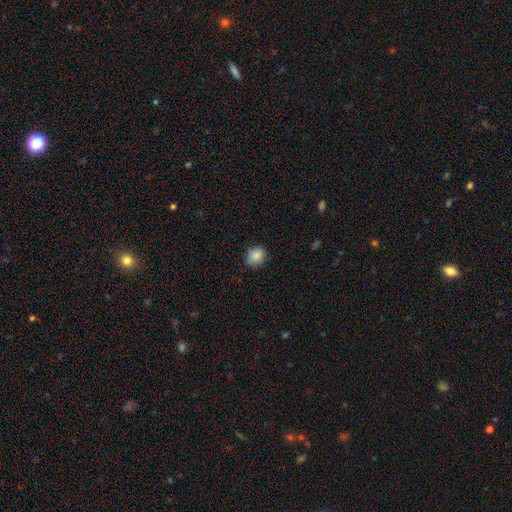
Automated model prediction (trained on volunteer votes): smooth_or_featured: smooth (p=0.85) [alt: star or artifact p=0.09]
how_rounded: round (p=0.69) [alt: in between p=0.30]
merging: none (p=0.79) [alt: minor disturbance p=0.17]